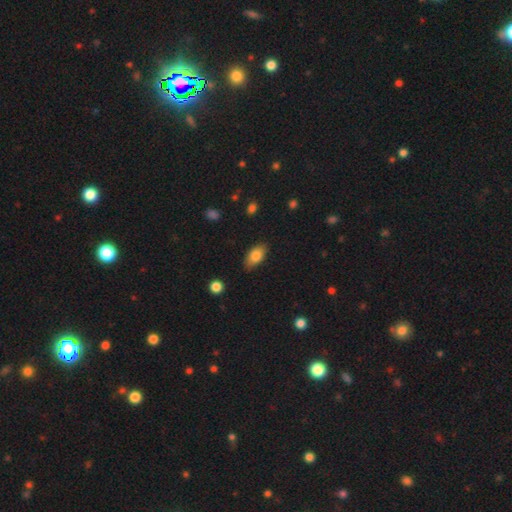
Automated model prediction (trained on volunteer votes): Q: Smooth or featured?
A: smooth (81%); runner-up: featured or disk (12%)
Q: How rounded?
A: in between (91%); runner-up: round (5%)
Q: Merging?
A: none (83%); runner-up: minor disturbance (13%)